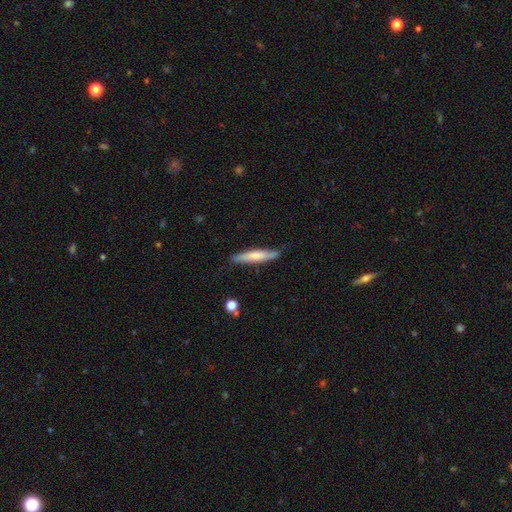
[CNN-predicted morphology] This is likely a smooth galaxy (66%). How rounded: clearly cigar-shaped (87%). Merging: likely none (74%).